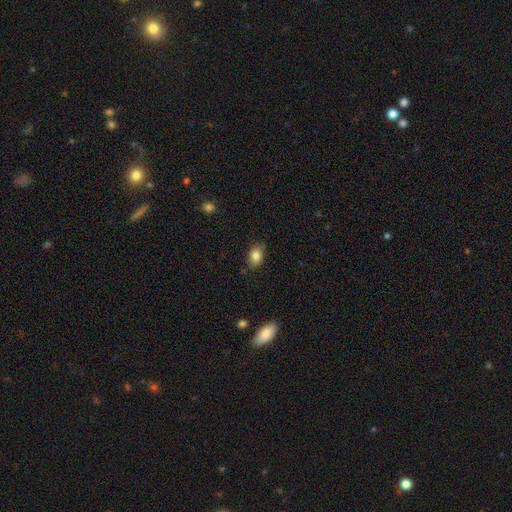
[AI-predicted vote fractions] Q: Smooth or featured?
A: smooth (84%); runner-up: star or artifact (9%)
Q: How rounded?
A: in between (79%); runner-up: round (19%)
Q: Merging?
A: none (79%); runner-up: minor disturbance (17%)